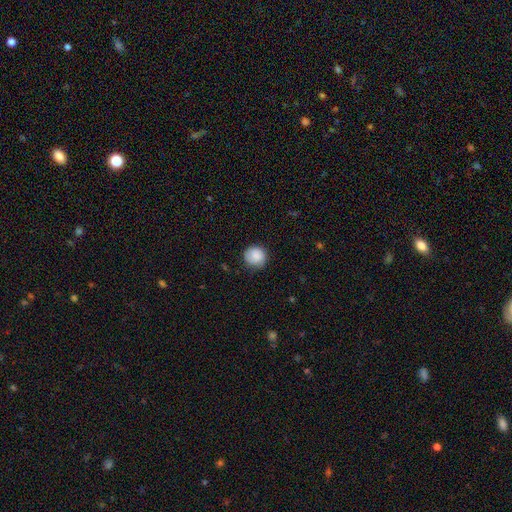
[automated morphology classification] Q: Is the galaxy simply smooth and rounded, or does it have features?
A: smooth — 85%.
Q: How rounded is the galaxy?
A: round — 90%.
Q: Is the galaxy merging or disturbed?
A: none — 81%.